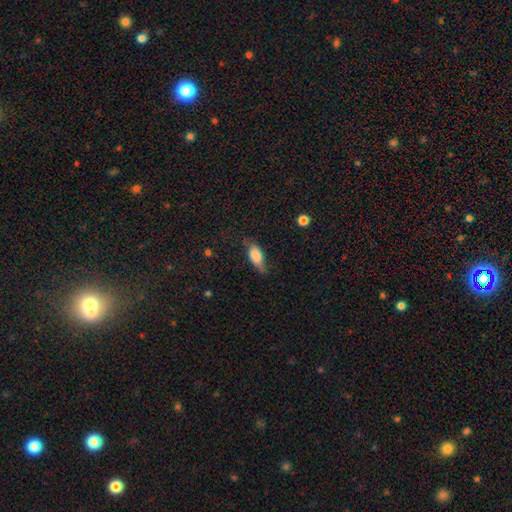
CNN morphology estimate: This is likely a smooth galaxy (75%). How rounded: clearly in between (82%). Merging: possibly none (54%).